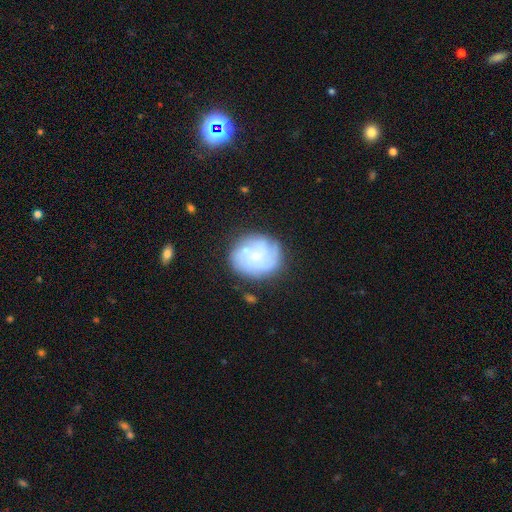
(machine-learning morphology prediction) A featured or disk galaxy (53%) with no bar (76%), spiral arms (81%) and a small central bulge (57%).

Vote fractions:
- Smooth or featured? featured or disk: 53% / smooth: 38% / star or artifact: 8%
- Edge-on disk? no: 98% / yes: 2%
- Bar? no: 76% / weak: 20% / strong: 3%
- Spiral arms? yes: 81% / no: 19%
- Bulge size? small: 57% / none: 19% / moderate: 19% / large: 3% / dominant: 2%
- Merging? none: 71% / minor disturbance: 18% / major disturbance: 7% / merger: 3%